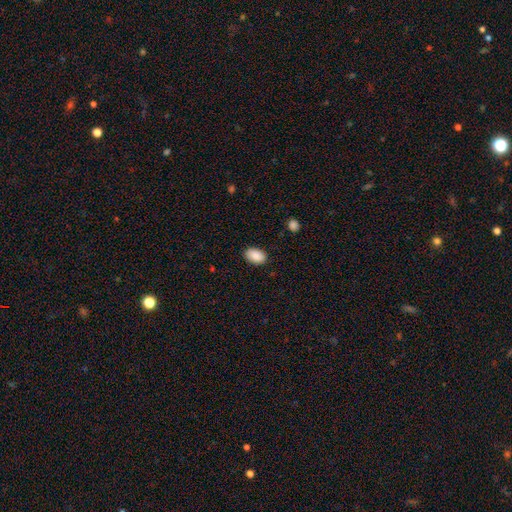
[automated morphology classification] Smooth or featured? Predicted: smooth (p=0.89). How rounded? Predicted: in between (p=0.90). Merging? Predicted: none (p=0.87).